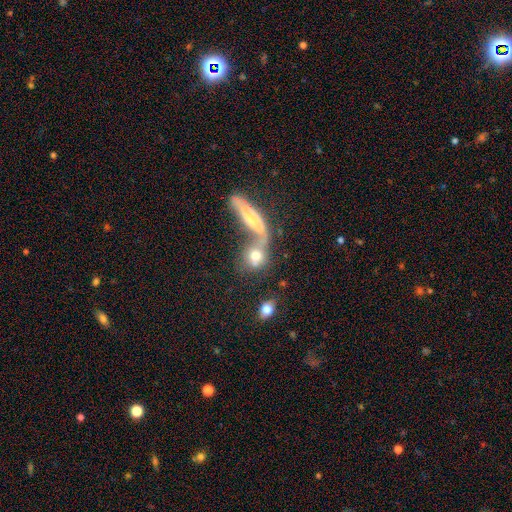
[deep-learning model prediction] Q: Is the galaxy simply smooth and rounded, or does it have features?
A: smooth — 64%.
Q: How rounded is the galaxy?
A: round — 54%.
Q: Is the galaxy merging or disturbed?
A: merger — 53%.